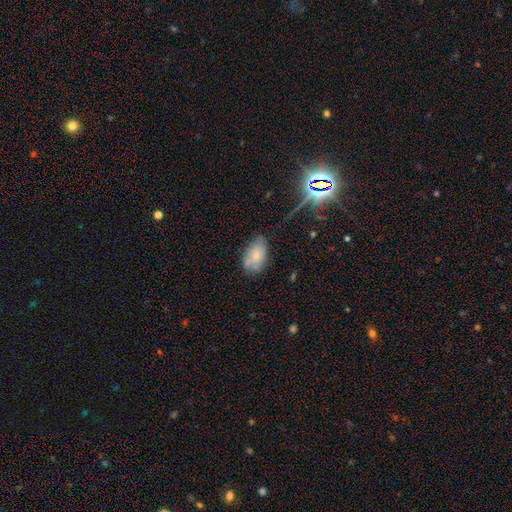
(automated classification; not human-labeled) Q: Smooth or featured?
A: smooth (70%); runner-up: featured or disk (21%)
Q: How rounded?
A: in between (92%); runner-up: round (6%)
Q: Merging?
A: none (62%); runner-up: minor disturbance (27%)